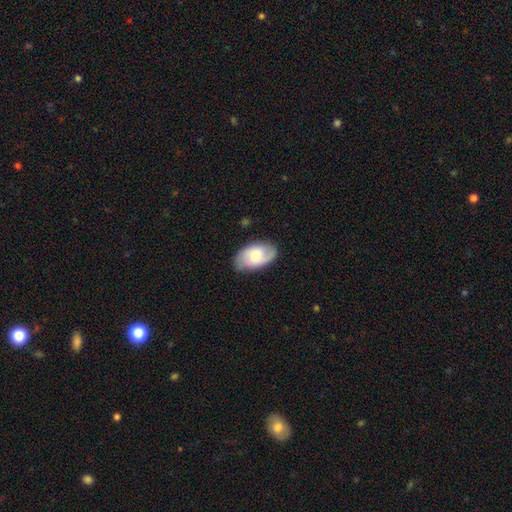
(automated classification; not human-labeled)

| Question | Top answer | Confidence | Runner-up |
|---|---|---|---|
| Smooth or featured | smooth | 51% | featured or disk (43%) |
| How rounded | in between | 93% | round (5%) |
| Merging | none | 77% | minor disturbance (18%) |